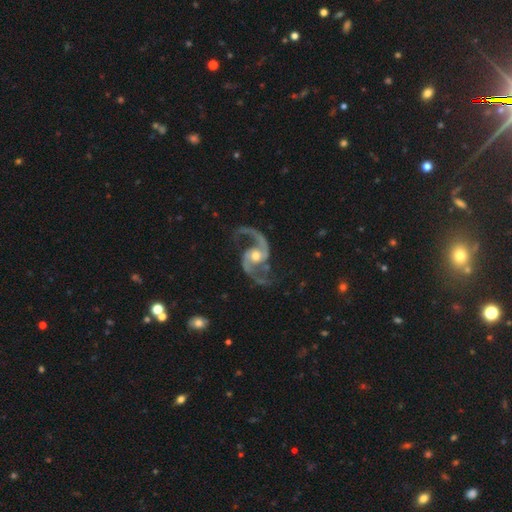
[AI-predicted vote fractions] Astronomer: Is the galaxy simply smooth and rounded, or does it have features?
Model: featured or disk — 94%.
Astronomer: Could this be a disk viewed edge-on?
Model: no — 98%.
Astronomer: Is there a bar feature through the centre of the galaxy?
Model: no — 51% (runner-up: weak, 34%).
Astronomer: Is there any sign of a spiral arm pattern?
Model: yes — 98%.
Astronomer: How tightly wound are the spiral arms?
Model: medium — 50% (runner-up: loose, 43%).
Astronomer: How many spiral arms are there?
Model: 2 — 94%.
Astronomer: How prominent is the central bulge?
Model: moderate — 63%.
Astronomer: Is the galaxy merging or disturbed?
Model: none — 75%.